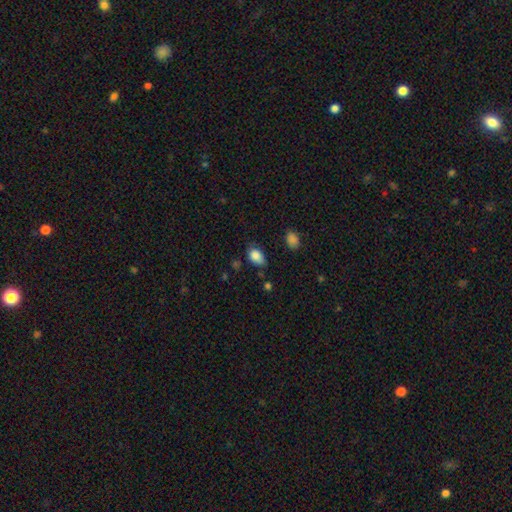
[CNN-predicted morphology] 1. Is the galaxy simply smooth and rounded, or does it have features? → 85% smooth, 9% star or artifact, 6% featured or disk.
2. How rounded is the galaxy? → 83% in between, 15% round, 1% cigar-shaped.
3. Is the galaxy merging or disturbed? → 59% none, 31% minor disturbance, 7% major disturbance, 3% merger.